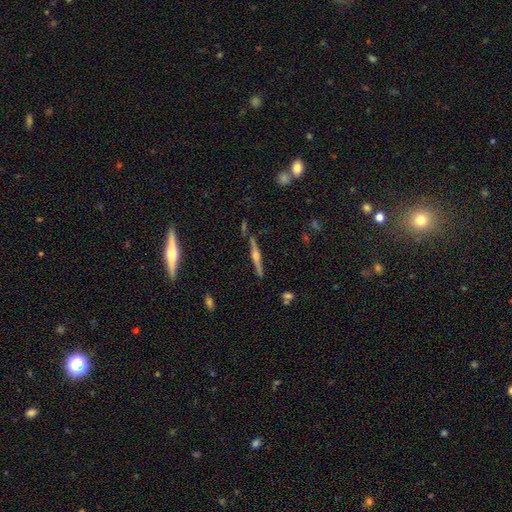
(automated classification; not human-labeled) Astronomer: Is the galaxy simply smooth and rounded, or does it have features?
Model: featured or disk — 79%.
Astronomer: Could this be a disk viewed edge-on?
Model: yes — 98%.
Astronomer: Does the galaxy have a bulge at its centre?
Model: rounded — 86%.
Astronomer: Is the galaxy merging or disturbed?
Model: none — 83%.